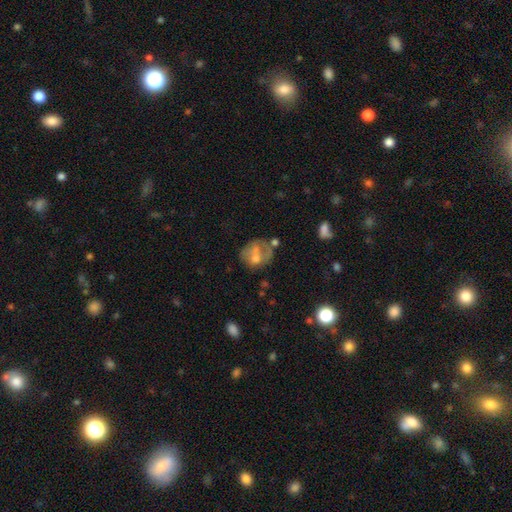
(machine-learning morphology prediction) Q: Smooth or featured?
A: smooth (50%); runner-up: featured or disk (40%)
Q: Merging?
A: none (33%); runner-up: merger (25%)